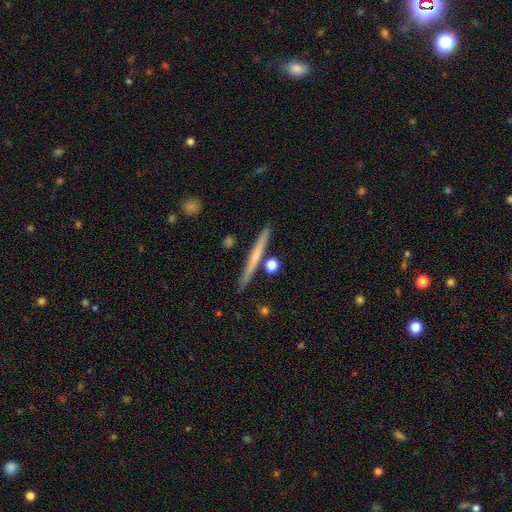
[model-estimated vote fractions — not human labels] Morphology: type=featured or disk (50%); edge-on=yes (97%); merging=none (87%).